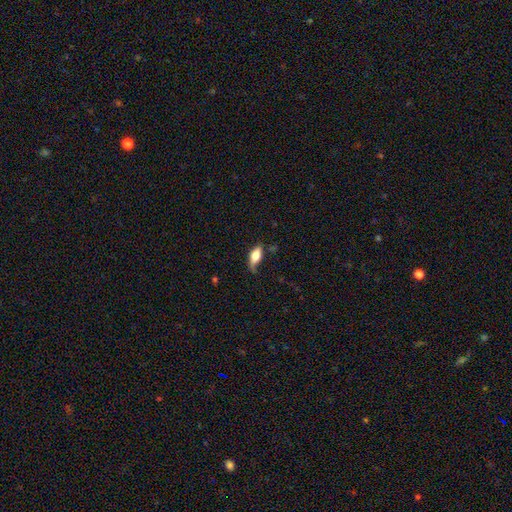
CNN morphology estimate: smooth_or_featured: smooth (p=0.72) [alt: featured or disk p=0.21]
how_rounded: in between (p=0.81) [alt: cigar-shaped p=0.15]
merging: none (p=0.47) [alt: minor disturbance p=0.35]